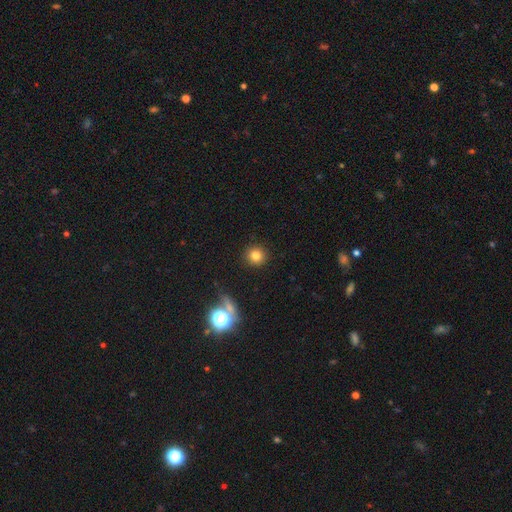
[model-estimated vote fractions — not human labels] Smooth or featured? smooth (79%)
How rounded? round (93%)
Merging? none (90%)